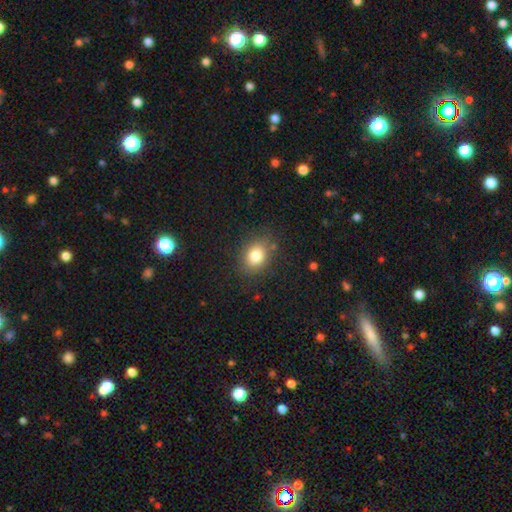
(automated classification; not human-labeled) This appears to be a smooth galaxy with no disk features (82%) that is in between round and cigar-shaped (56%). Merging: none (80%).